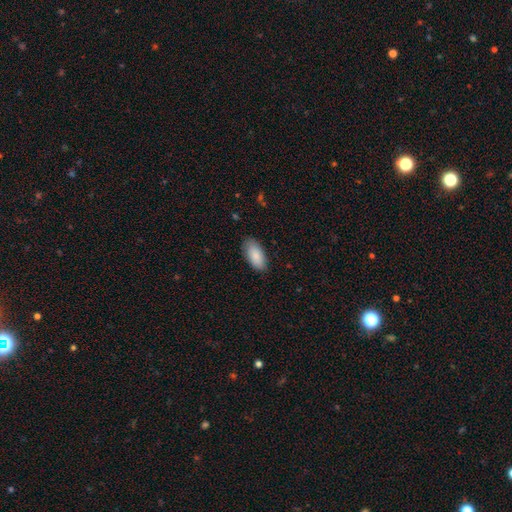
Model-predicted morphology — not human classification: Overall: smooth (87%). How rounded: in between (93%). Merging: none (83%).